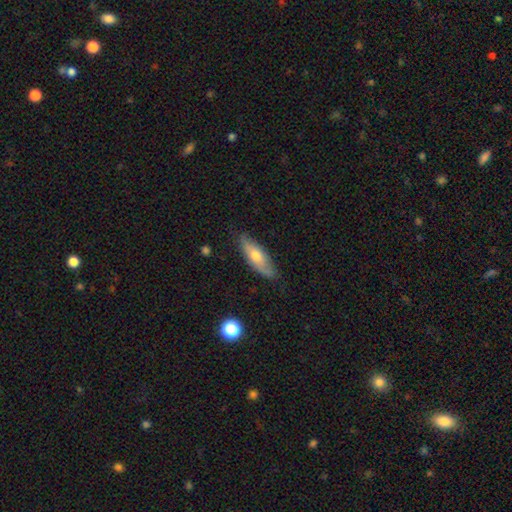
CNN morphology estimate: Smooth or featured? Predicted: smooth (p=0.55). How rounded? Predicted: in between (p=0.52). Merging? Predicted: none (p=0.79).